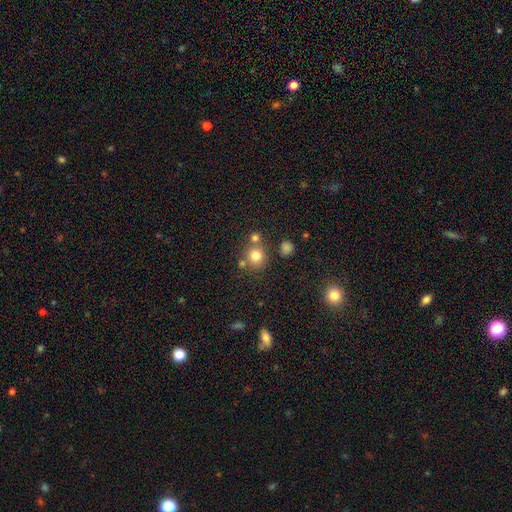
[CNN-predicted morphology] Smooth or featured? Predicted: smooth (p=0.77). How rounded? Predicted: round (p=0.86). Merging? Predicted: none (p=0.67).